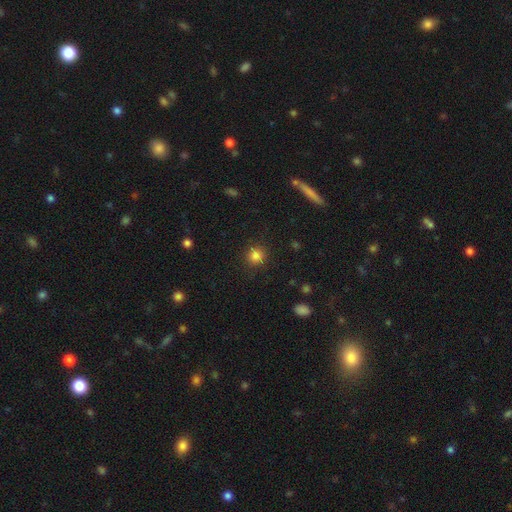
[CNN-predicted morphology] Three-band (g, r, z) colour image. It shows a smooth galaxy with no disk features (83%) that is round (92%). Merging: none (89%).